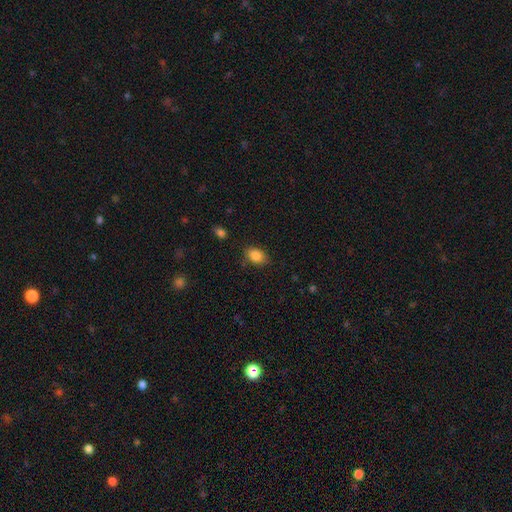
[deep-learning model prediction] Overall: smooth (86%). How rounded: in between (78%). Merging: none (81%).